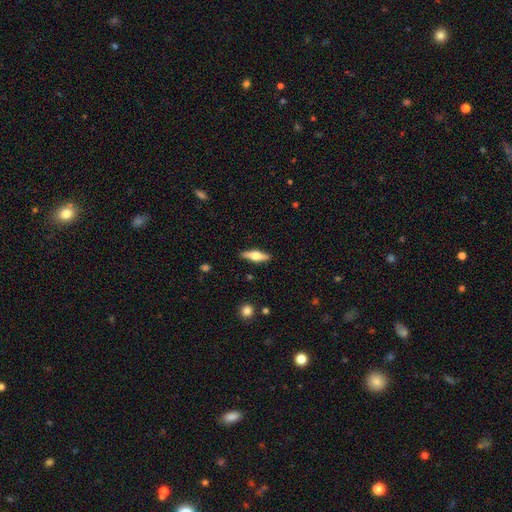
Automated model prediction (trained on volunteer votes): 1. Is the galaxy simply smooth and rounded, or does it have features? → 51% featured or disk, 43% smooth, 6% star or artifact.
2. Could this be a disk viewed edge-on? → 94% yes, 6% no.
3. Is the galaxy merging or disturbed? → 89% none, 8% minor disturbance, 2% major disturbance, 1% merger.